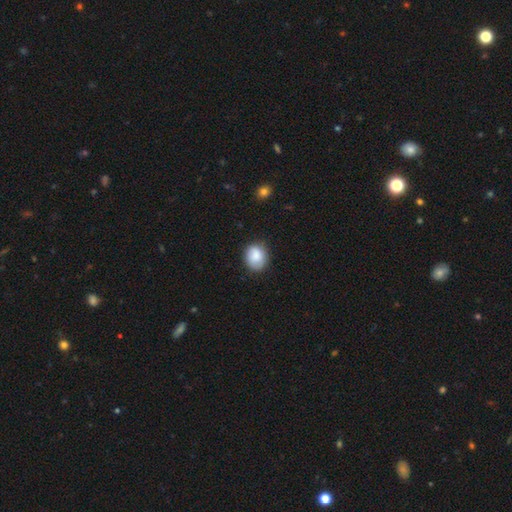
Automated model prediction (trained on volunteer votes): Smooth or featured?
  - smooth: 83% *
  - featured or disk: 9%
  - star or artifact: 7%
How rounded?
  - round: 59% *
  - in between: 41%
  - cigar-shaped: 1%
Merging?
  - none: 76% *
  - minor disturbance: 19%
  - major disturbance: 4%
  - merger: 2%